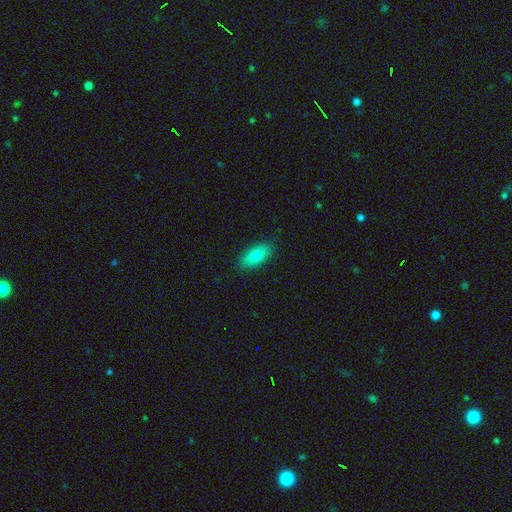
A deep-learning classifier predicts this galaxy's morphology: A smooth galaxy with no disk features (86%) that is in between round and cigar-shaped (88%).

Vote fractions:
- Smooth or featured? smooth: 86% / featured or disk: 8% / star or artifact: 7%
- How rounded? in between: 88% / cigar-shaped: 10% / round: 2%
- Merging? none: 87% / minor disturbance: 10% / major disturbance: 2% / merger: 1%